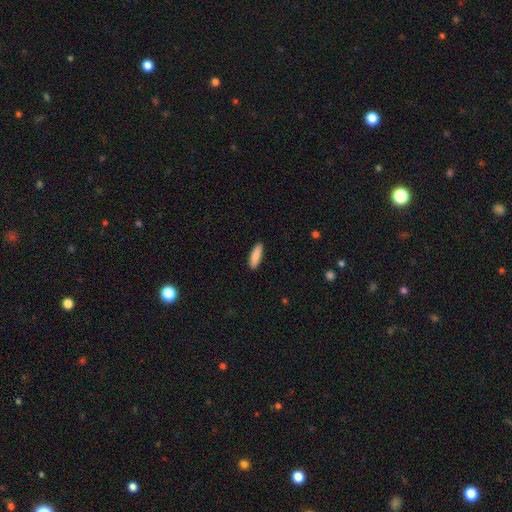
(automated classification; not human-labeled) This appears to be a smooth galaxy with no disk features (88%) that is cigar-shaped (60%). Merging: none (90%).